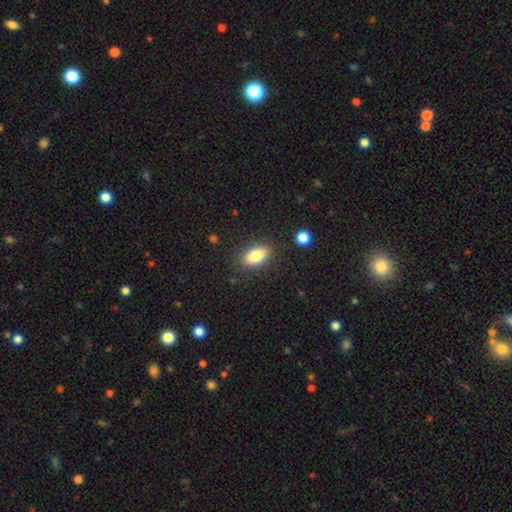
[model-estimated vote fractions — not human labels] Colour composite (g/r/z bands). It shows a smooth galaxy with no disk features (81%) that is in between round and cigar-shaped (88%). Merging: none (85%).